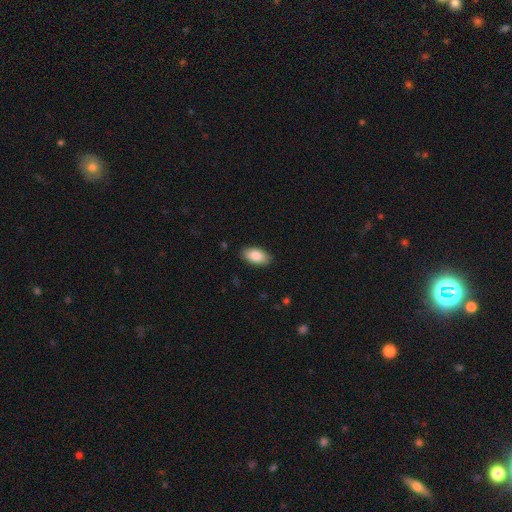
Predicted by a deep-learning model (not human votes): Smooth or featured? Predicted: smooth (p=0.85). How rounded? Predicted: in between (p=0.94). Merging? Predicted: none (p=0.88).